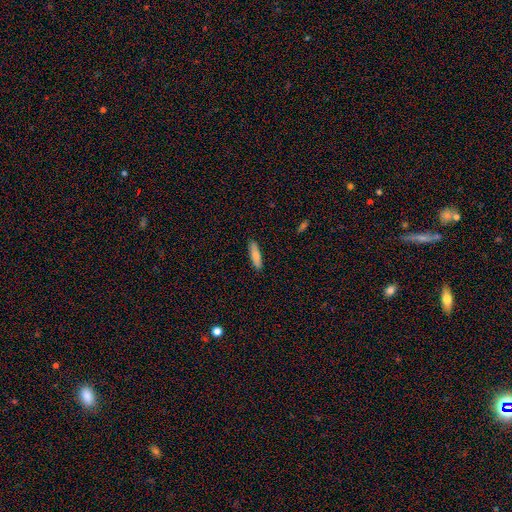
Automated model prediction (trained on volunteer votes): A smooth galaxy with no disk features (77%) that is cigar-shaped (68%). Merging: none (89%).